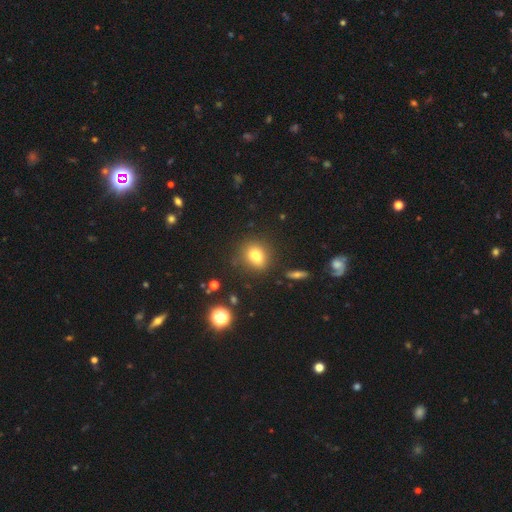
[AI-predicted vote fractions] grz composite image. It shows a smooth galaxy with no disk features (77%) that is in between round and cigar-shaped (51%). Merging: none (75%).